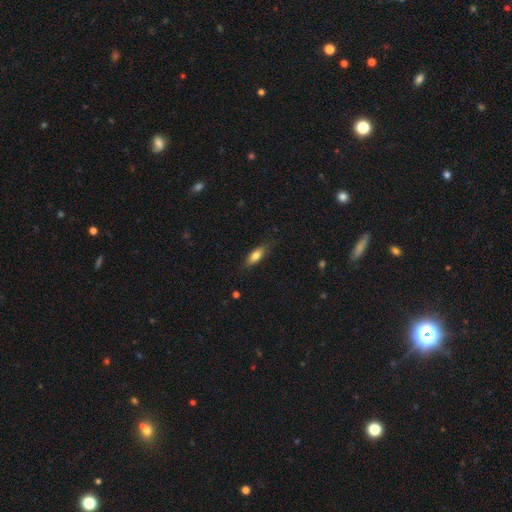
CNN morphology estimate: Smooth or featured: smooth — 78% (featured or disk — 15%)
How rounded: in between — 67% (cigar-shaped — 30%)
Merging: none — 78% (minor disturbance — 17%)